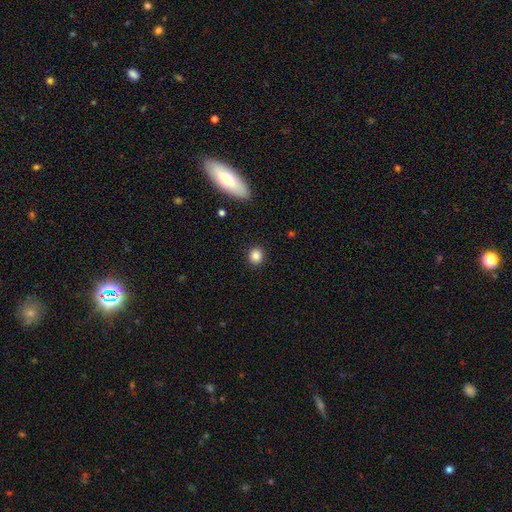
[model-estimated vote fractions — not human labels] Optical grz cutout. It shows a smooth galaxy with no disk features (85%) that is round (85%). Merging: none (90%).